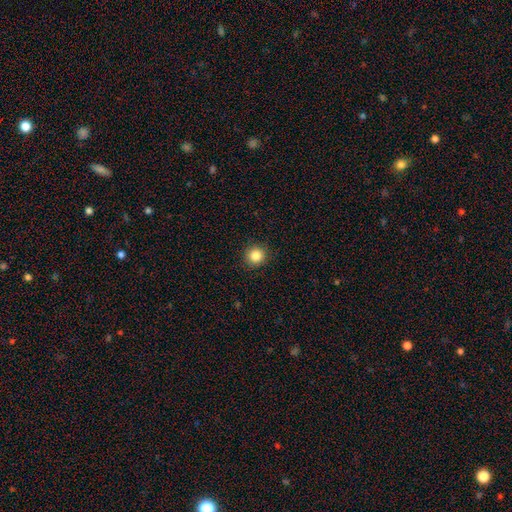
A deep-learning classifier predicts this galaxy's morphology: This appears to be a smooth galaxy with no disk features (85%) that is round (94%). Merging: none (92%).